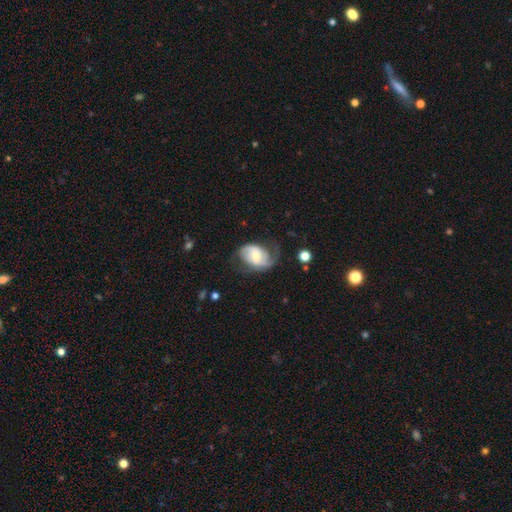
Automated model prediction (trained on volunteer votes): This is likely a featured or disk galaxy (64%). It is clearly not viewed edge-on (97%). Bar: marginally weak (43%). Spiral arm pattern: clearly yes (85%). Spiral arm count: likely 2 (72%). Spiral winding: marginally medium (41%). Central bulge: possibly moderate (48%). Merging: possibly none (46%).